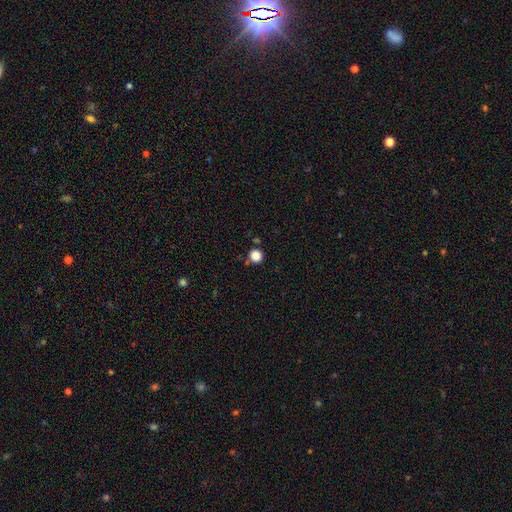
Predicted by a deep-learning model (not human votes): This appears to be a smooth galaxy with no disk features (85%) that is round (93%). Merging: none (85%).